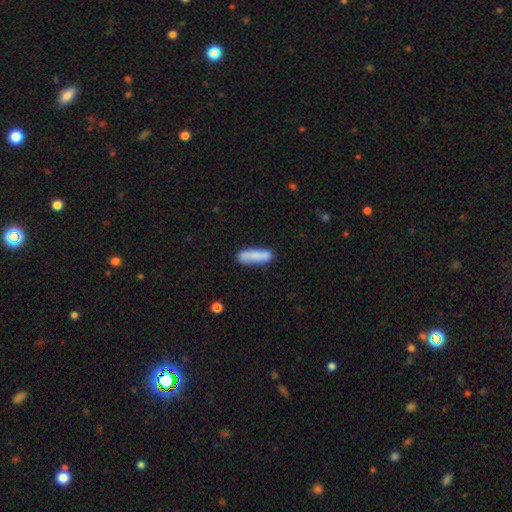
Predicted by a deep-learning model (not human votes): This is likely a smooth galaxy (80%). How rounded: likely cigar-shaped (63%). Merging: likely none (74%).